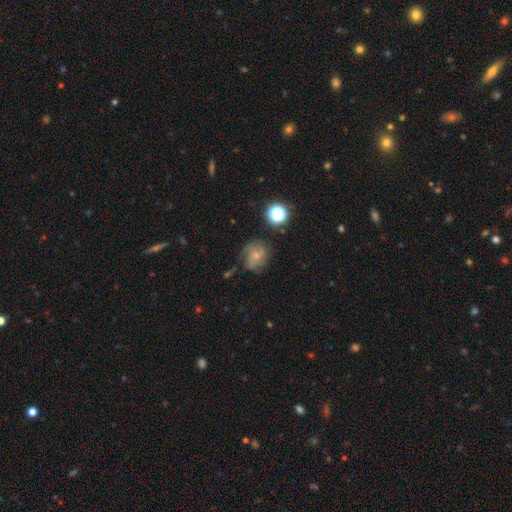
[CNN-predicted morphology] A smooth galaxy with no disk features (45%). Merging: none (60%).